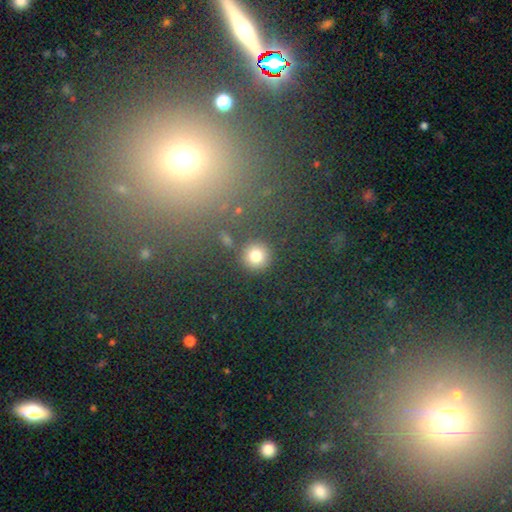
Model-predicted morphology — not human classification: This appears to be a smooth galaxy with no disk features (78%) that is round (92%). Merging: none (85%).